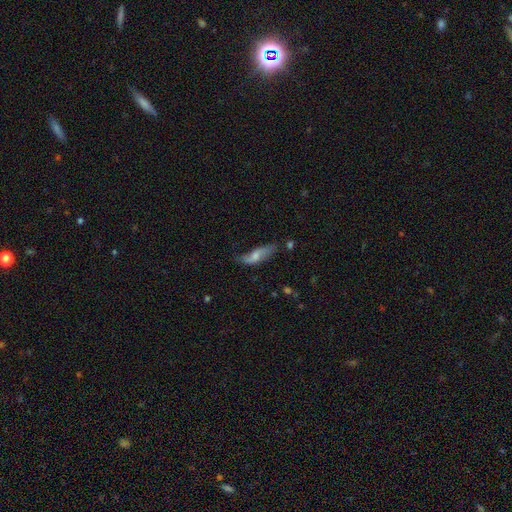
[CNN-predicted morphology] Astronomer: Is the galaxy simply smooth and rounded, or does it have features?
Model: smooth — 50% (runner-up: featured or disk, 43%).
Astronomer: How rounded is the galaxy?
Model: in between — 59% (runner-up: cigar-shaped, 39%).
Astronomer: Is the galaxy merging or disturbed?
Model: none — 53% (runner-up: minor disturbance, 30%).